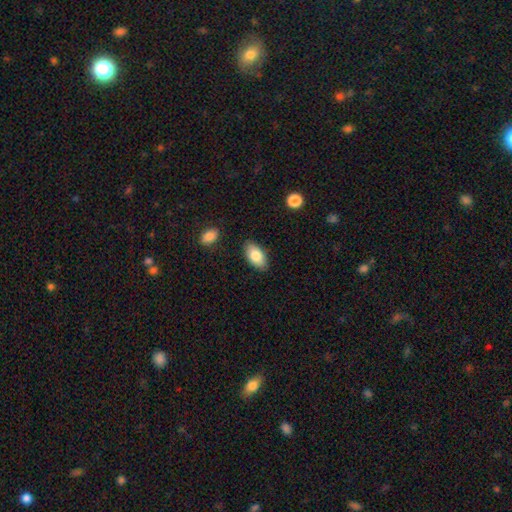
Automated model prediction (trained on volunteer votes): Smooth or featured?
  - smooth: 83% *
  - featured or disk: 11%
  - star or artifact: 7%
How rounded?
  - in between: 94% *
  - round: 3%
  - cigar-shaped: 3%
Merging?
  - none: 86% *
  - minor disturbance: 10%
  - major disturbance: 2%
  - merger: 2%